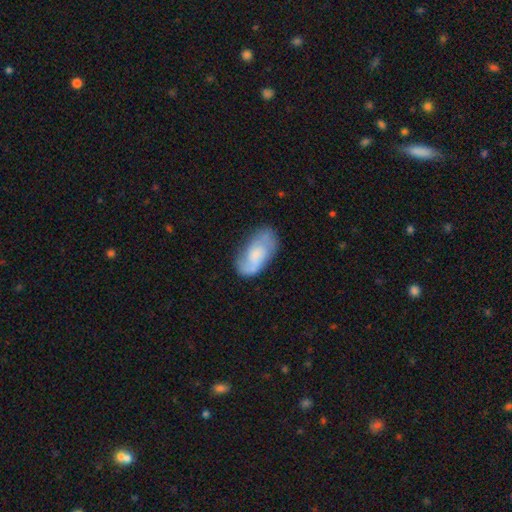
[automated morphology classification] A featured or disk galaxy (52%). Merging: none (66%).